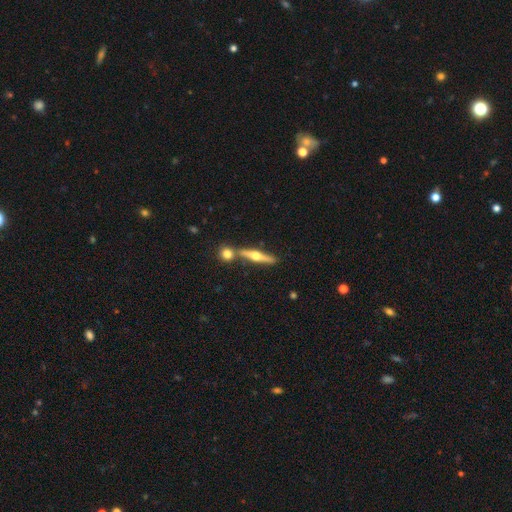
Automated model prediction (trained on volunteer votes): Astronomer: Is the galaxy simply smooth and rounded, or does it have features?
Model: featured or disk — 66%.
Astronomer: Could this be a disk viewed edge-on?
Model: yes — 95%.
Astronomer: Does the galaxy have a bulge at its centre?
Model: rounded — 94%.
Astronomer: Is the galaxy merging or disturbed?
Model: none — 73%.